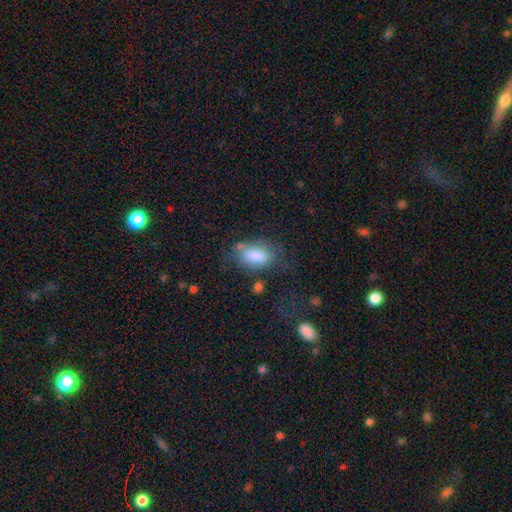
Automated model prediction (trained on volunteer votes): smooth_or_featured: smooth (p=0.80) [alt: featured or disk p=0.12]
how_rounded: in between (p=0.90) [alt: round p=0.08]
merging: none (p=0.53) [alt: minor disturbance p=0.25]